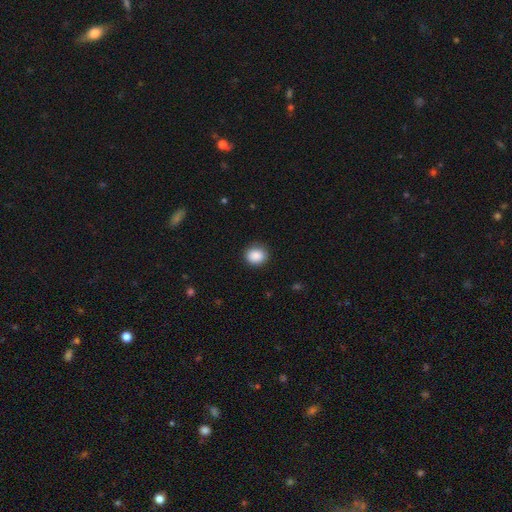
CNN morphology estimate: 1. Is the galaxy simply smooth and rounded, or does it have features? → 89% smooth, 8% star or artifact, 3% featured or disk.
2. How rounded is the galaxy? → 72% round, 27% in between, 1% cigar-shaped.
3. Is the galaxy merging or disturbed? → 87% none, 10% minor disturbance, 3% major disturbance, 1% merger.